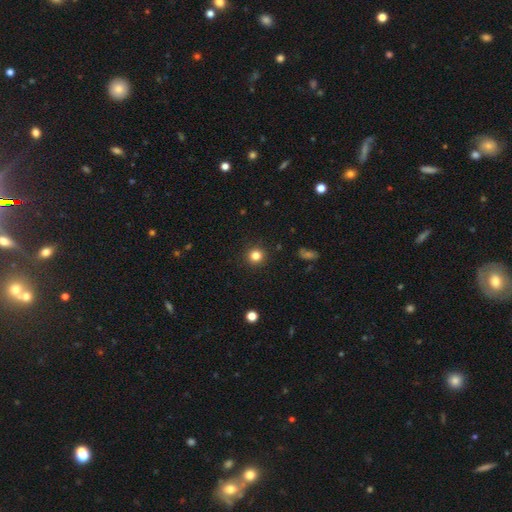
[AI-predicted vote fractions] Smooth or featured: smooth — 82% (star or artifact — 13%)
How rounded: round — 94% (in between — 5%)
Merging: none — 92% (minor disturbance — 5%)